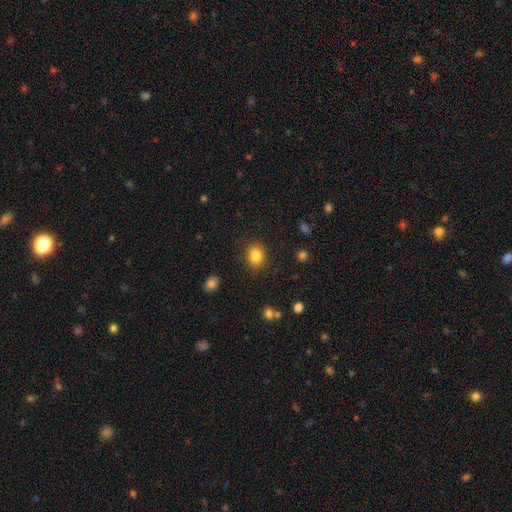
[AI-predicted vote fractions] Q: Smooth or featured?
A: smooth (84%); runner-up: star or artifact (10%)
Q: How rounded?
A: round (57%); runner-up: in between (43%)
Q: Merging?
A: none (87%); runner-up: minor disturbance (9%)